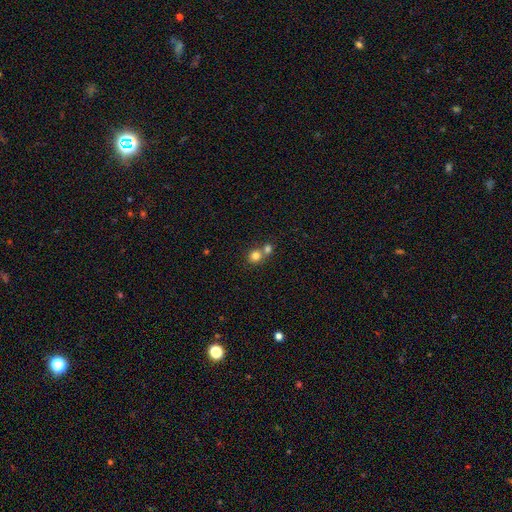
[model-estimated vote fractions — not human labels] This is likely a smooth galaxy (80%). How rounded: clearly round (82%). Merging: possibly merger (50%).